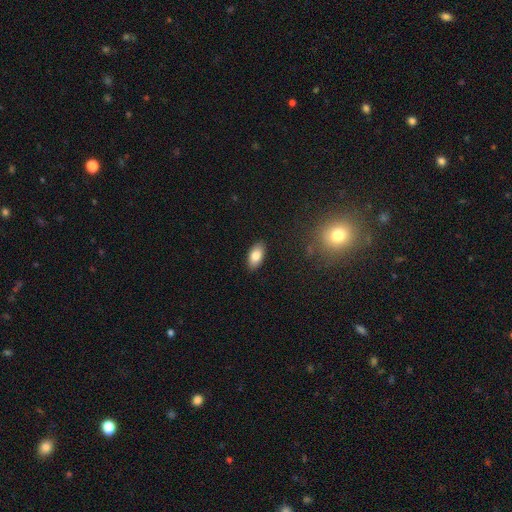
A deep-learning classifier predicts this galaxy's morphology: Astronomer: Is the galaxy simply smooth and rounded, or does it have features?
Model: smooth — 82%.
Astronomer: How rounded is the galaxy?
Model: in between — 92%.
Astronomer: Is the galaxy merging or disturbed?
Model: none — 88%.